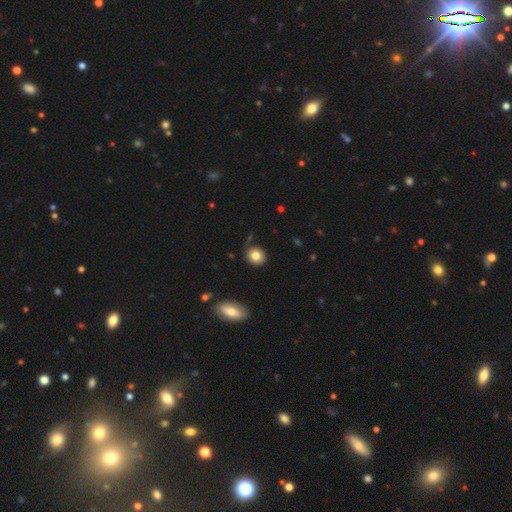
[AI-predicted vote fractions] Smooth or featured? Predicted: smooth (p=0.81). How rounded? Predicted: round (p=0.80). Merging? Predicted: none (p=0.80).